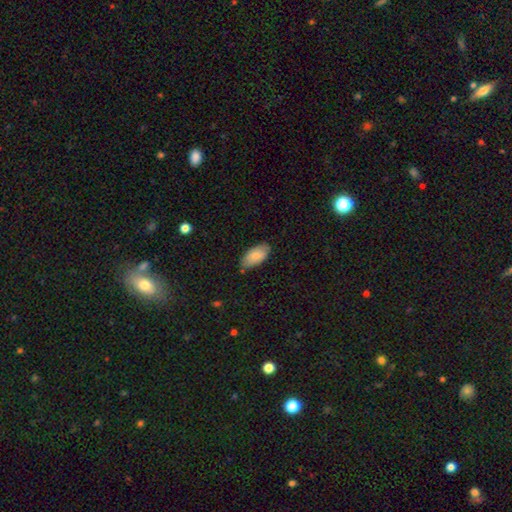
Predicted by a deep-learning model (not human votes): Smooth or featured?
  - smooth: 84% *
  - featured or disk: 10%
  - star or artifact: 6%
How rounded?
  - in between: 93% *
  - cigar-shaped: 5%
  - round: 2%
Merging?
  - none: 78% *
  - minor disturbance: 18%
  - major disturbance: 3%
  - merger: 2%